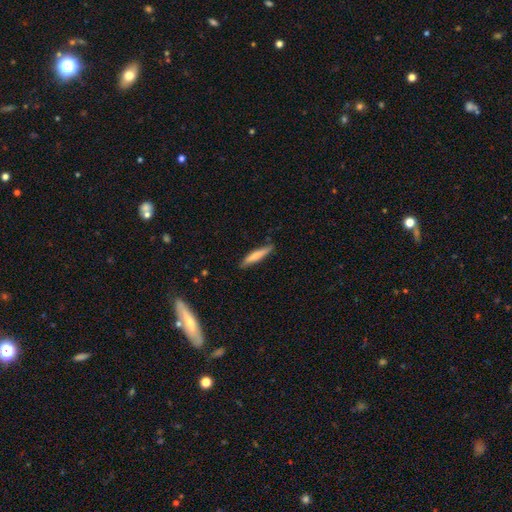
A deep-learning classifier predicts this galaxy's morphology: A smooth galaxy with no disk features (73%) that is cigar-shaped (89%).

Vote fractions:
- Smooth or featured? smooth: 73% / featured or disk: 22% / star or artifact: 6%
- How rounded? cigar-shaped: 89% / in between: 10% / round: 1%
- Merging? none: 78% / minor disturbance: 17% / major disturbance: 3% / merger: 2%